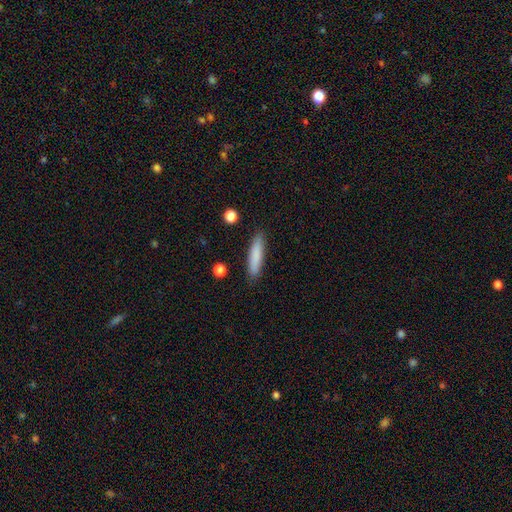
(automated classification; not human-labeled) A smooth galaxy with no disk features (83%) that is cigar-shaped (85%). Merging: none (88%).